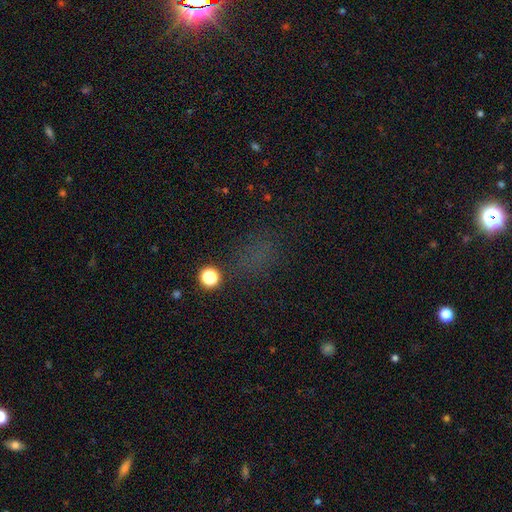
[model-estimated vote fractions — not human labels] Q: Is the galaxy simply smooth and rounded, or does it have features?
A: smooth — 49%.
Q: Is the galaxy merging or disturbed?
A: none — 70%.